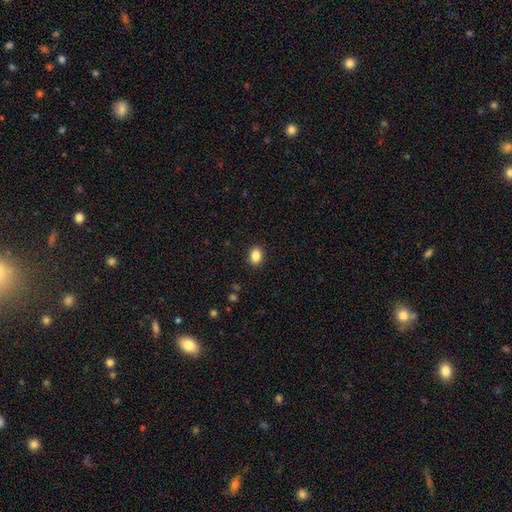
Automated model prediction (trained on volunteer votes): smooth_or_featured: smooth (p=0.87) [alt: star or artifact p=0.09]
how_rounded: in between (p=0.67) [alt: round p=0.32]
merging: none (p=0.90) [alt: minor disturbance p=0.07]